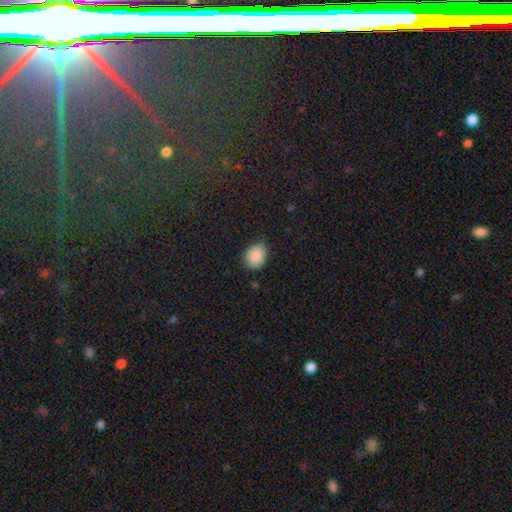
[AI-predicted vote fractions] Overall: smooth (87%). How rounded: in between (59%; round 40%). Merging: none (73%).